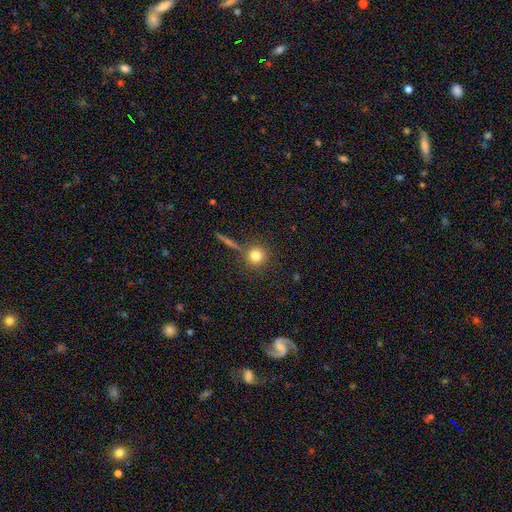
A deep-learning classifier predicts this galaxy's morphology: Smooth or featured? Predicted: smooth (p=0.79). How rounded? Predicted: round (p=0.94). Merging? Predicted: none (p=0.80).